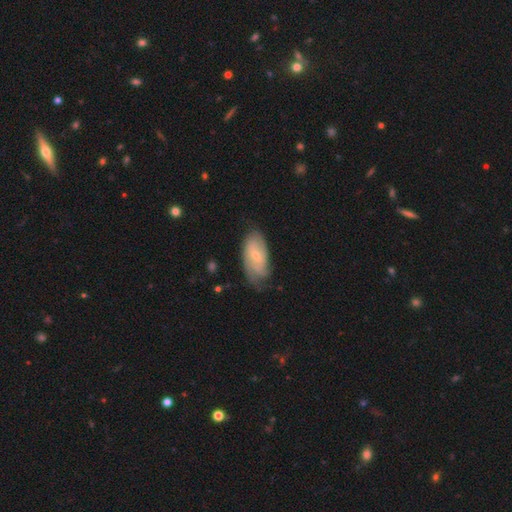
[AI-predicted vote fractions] featured or disk 63%, smooth 31%, star or artifact 6%. Down the decision tree: edge-on disk — no (93%); bar — no (48%); spiral arms — yes (87%); spiral arm count — 2 (37%, tied with can't tell); spiral winding — tight (47%); bulge size — small (66%); merging — none (59%).